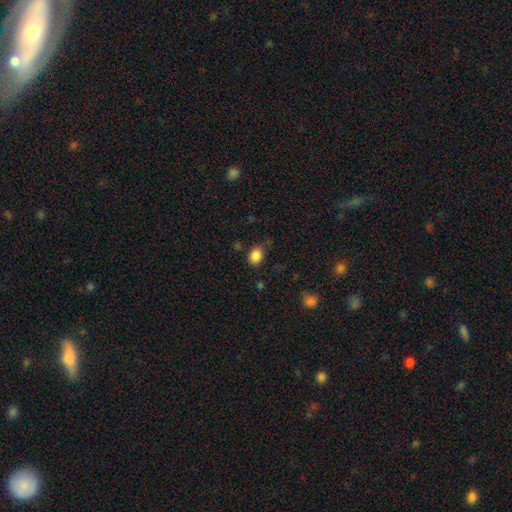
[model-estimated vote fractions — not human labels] smooth 86%, star or artifact 10%, featured or disk 4%. Down the decision tree: how rounded — in between (64%); merging — none (75%).